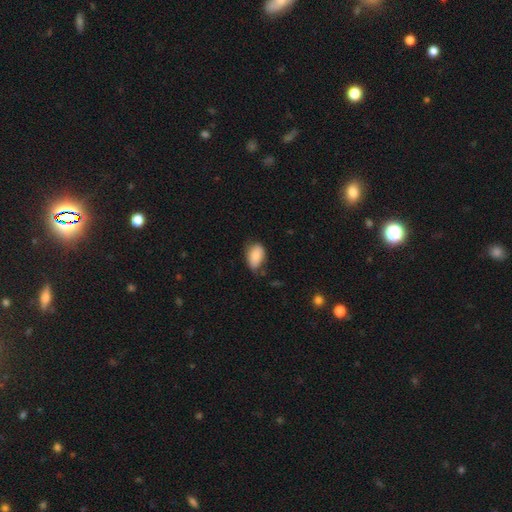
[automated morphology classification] Q: Smooth or featured?
A: smooth (85%); runner-up: featured or disk (9%)
Q: How rounded?
A: in between (90%); runner-up: round (8%)
Q: Merging?
A: none (54%); runner-up: minor disturbance (35%)